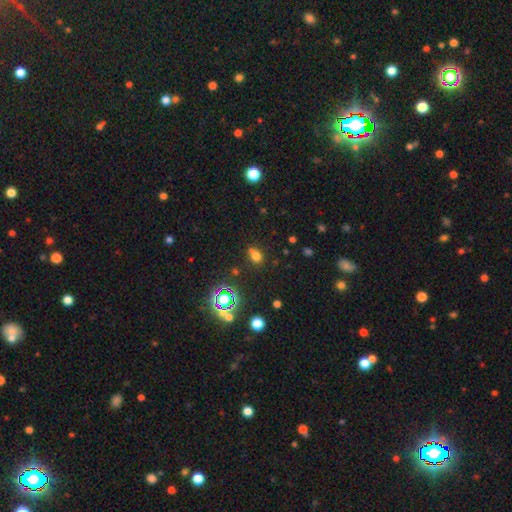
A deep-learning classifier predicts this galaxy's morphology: Smooth or featured? smooth (68%)
How rounded? in between (52%)
Merging? none (67%)